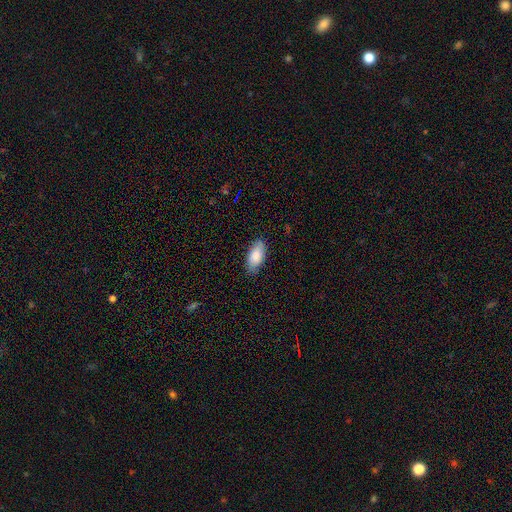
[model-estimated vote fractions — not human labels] Smooth or featured? smooth (81%)
How rounded? in between (92%)
Merging? none (83%)